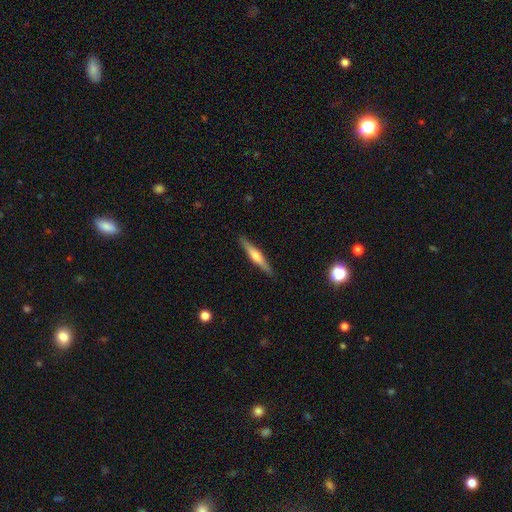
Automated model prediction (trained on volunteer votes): smooth-or-featured: featured or disk: 61% | smooth: 33% | star or artifact: 6%
  disk-edge-on: yes: 97% | no: 3%
    edge-on-bulge: rounded: 86% | boxy: 7% | none: 7%
  merging: none: 91% | minor disturbance: 7% | major disturbance: 1% | merger: 1%